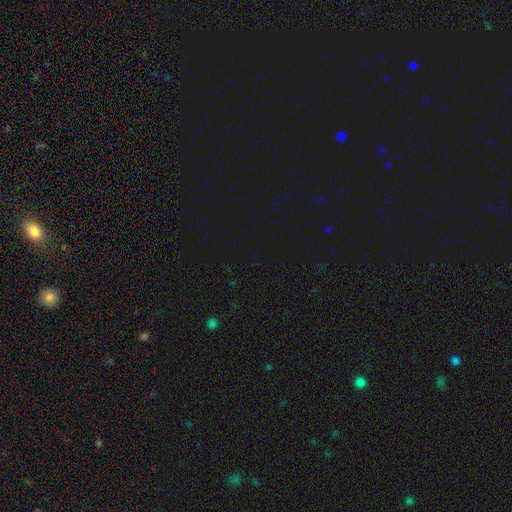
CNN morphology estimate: Overall: star or artifact (72%).